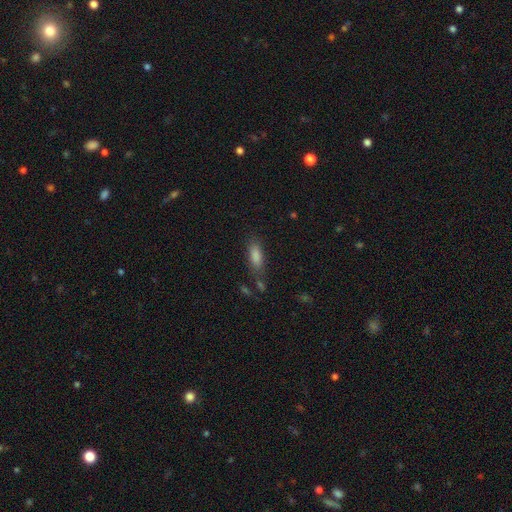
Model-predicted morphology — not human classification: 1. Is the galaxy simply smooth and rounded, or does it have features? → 79% smooth, 11% star or artifact, 10% featured or disk.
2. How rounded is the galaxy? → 61% in between, 36% cigar-shaped, 3% round.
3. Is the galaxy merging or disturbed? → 71% none, 16% minor disturbance, 8% merger, 6% major disturbance.